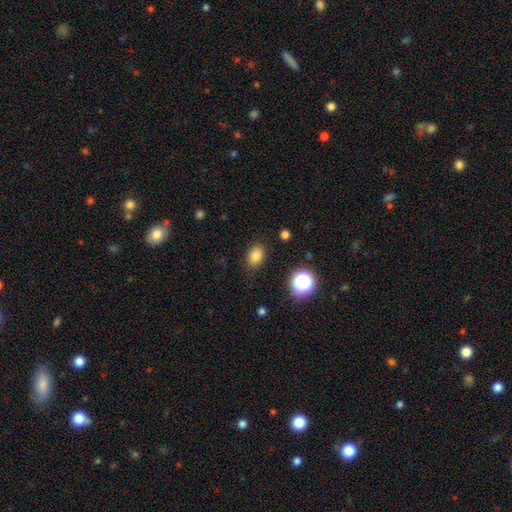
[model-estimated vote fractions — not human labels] smooth-or-featured: smooth: 80% | star or artifact: 13% | featured or disk: 7%
  how-rounded: in between: 76% | round: 23% | cigar-shaped: 1%
  merging: none: 85% | minor disturbance: 11% | major disturbance: 3% | merger: 1%